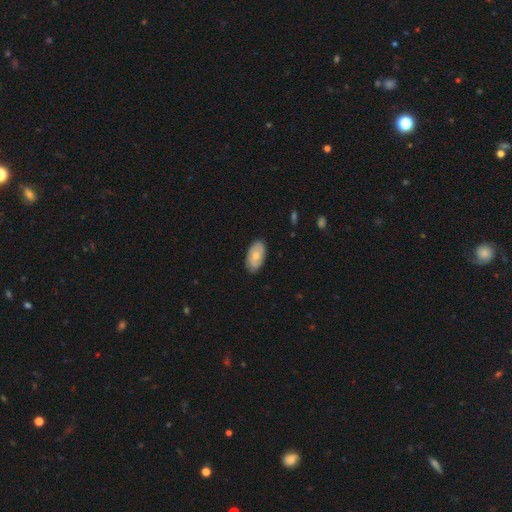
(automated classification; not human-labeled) Smooth or featured?
  - smooth: 59% *
  - featured or disk: 35%
  - star or artifact: 6%
How rounded?
  - in between: 94% *
  - round: 4%
  - cigar-shaped: 2%
Merging?
  - none: 83% *
  - minor disturbance: 14%
  - major disturbance: 2%
  - merger: 1%